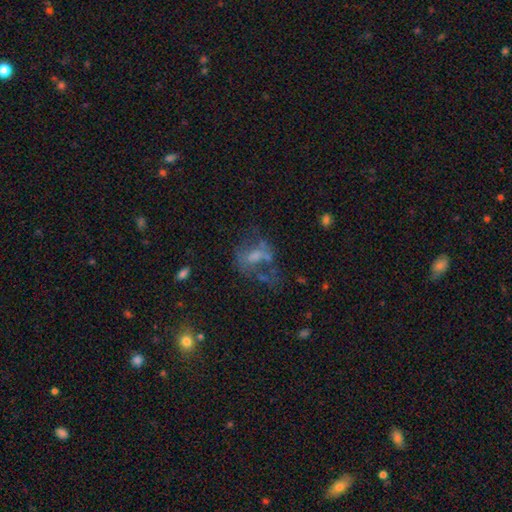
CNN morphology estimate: Overall: featured or disk (51%; smooth 33%). Edge-on disk: no (96%). Merging: major disturbance (39%; none 33%).